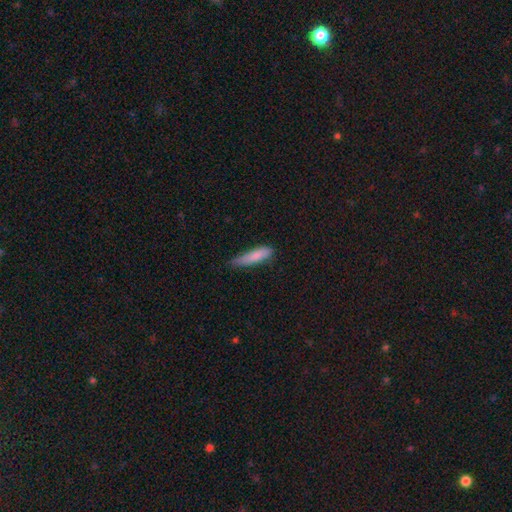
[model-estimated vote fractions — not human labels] This is clearly a smooth galaxy (81%). How rounded: likely cigar-shaped (76%). Merging: possibly none (54%).